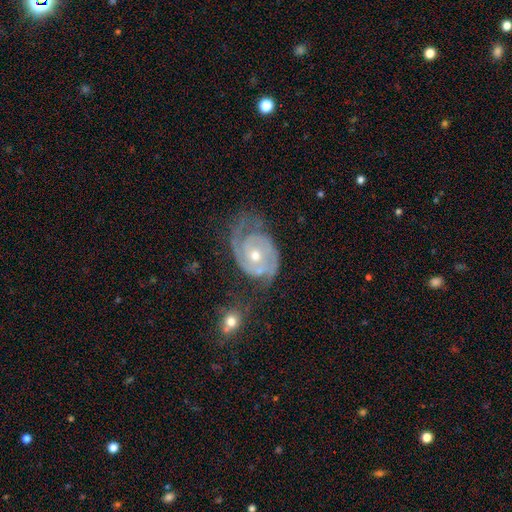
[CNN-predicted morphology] A featured or disk galaxy (89%) with no bar (72%), 2 (69%) tight (61%) spiral arms (96%) and a moderate central bulge (58%). Merging: none (54%).